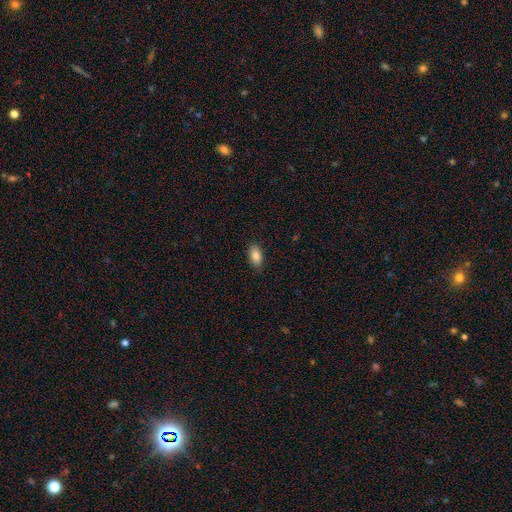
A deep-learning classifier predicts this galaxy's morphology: A smooth galaxy with no disk features (85%) that is in between round and cigar-shaped (90%). Merging: none (86%).